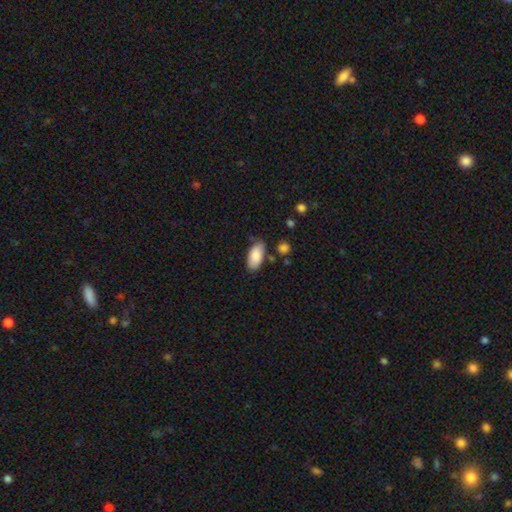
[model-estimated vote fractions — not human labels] Smooth or featured? Predicted: smooth (p=0.86). How rounded? Predicted: in between (p=0.92). Merging? Predicted: none (p=0.76).